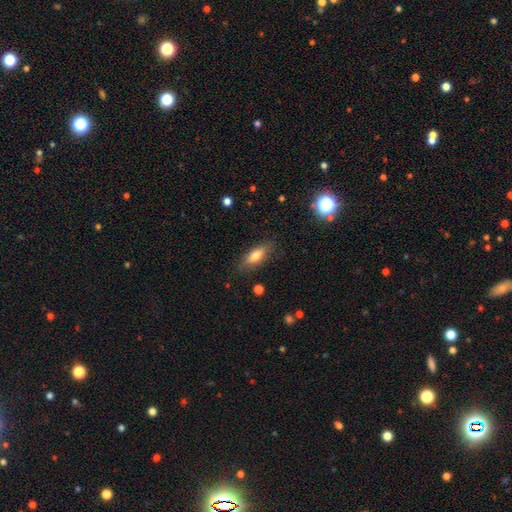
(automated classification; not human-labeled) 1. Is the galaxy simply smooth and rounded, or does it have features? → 74% smooth, 18% featured or disk, 8% star or artifact.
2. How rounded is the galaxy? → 66% in between, 31% cigar-shaped, 3% round.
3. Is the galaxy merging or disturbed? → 83% none, 13% minor disturbance, 3% major disturbance, 1% merger.